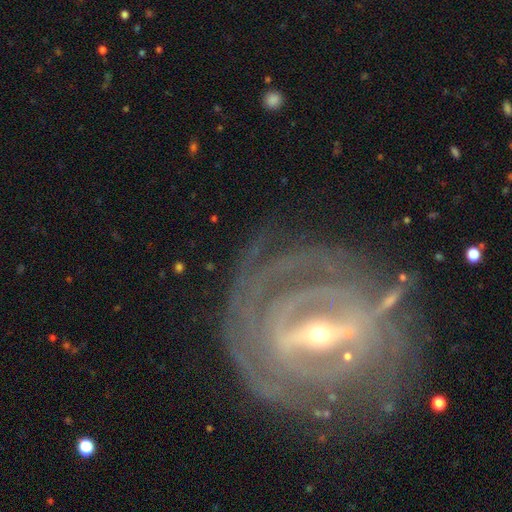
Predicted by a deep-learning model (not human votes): Smooth or featured? featured or disk (88%)
Edge-on disk? no (93%)
Bar? strong (69%)
Spiral arms? yes (90%)
Spiral winding? tight (76%)
Spiral arm count? can't tell (34%)
Bulge size? small (67%)
Merging? none (71%)